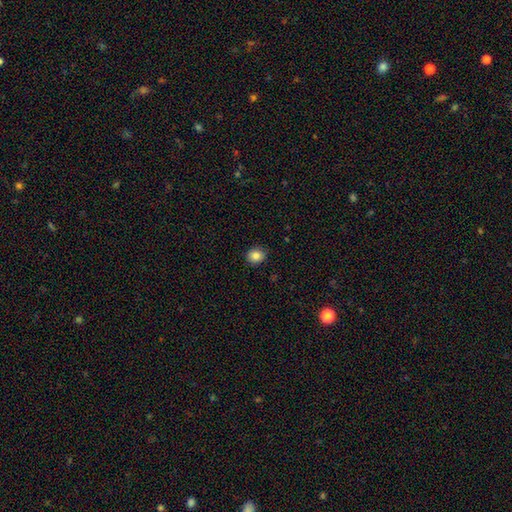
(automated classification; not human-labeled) This is clearly a smooth galaxy (85%). How rounded: likely round (68%). Merging: clearly none (88%).